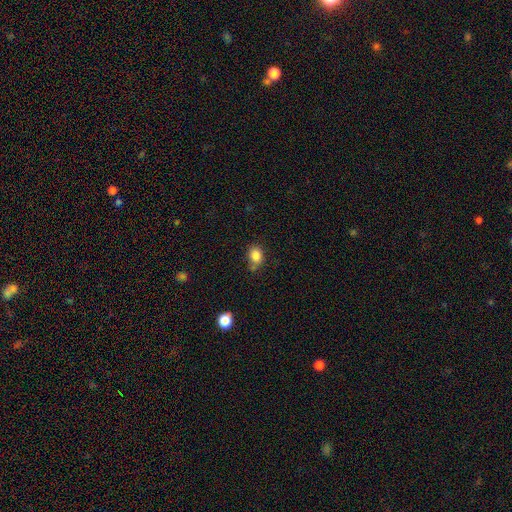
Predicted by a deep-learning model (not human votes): Morphology: type=smooth (84%); roundness=in between (57%); merging=none (64%).